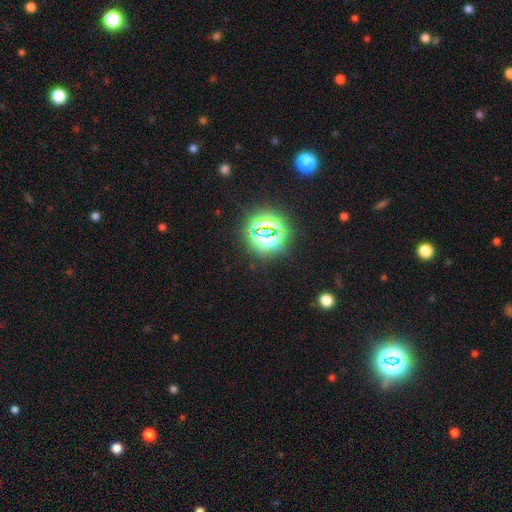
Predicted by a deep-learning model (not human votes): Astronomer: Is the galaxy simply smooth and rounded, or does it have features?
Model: star or artifact — 82%.